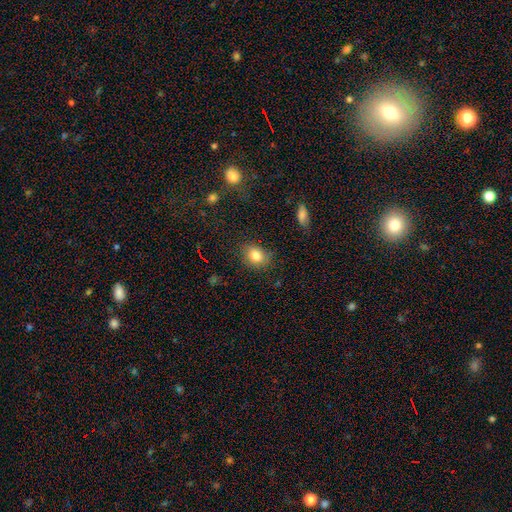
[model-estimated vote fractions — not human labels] Morphology: type=smooth (82%); roundness=in between (52%); merging=none (82%).